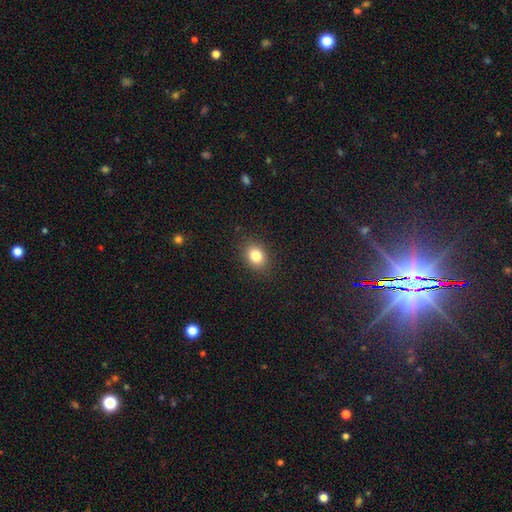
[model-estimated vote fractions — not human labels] Smooth or featured: smooth — 82% (star or artifact — 11%)
How rounded: in between — 54% (round — 45%)
Merging: none — 87% (minor disturbance — 9%)